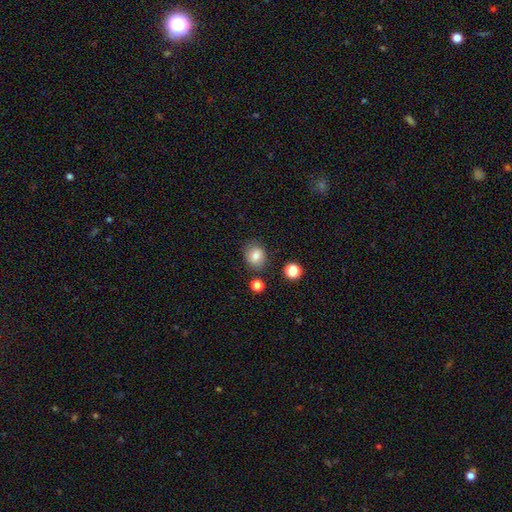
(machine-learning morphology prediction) smooth_or_featured: smooth (p=0.82) [alt: star or artifact p=0.11]
how_rounded: round (p=0.64) [alt: in between p=0.35]
merging: none (p=0.80) [alt: minor disturbance p=0.13]